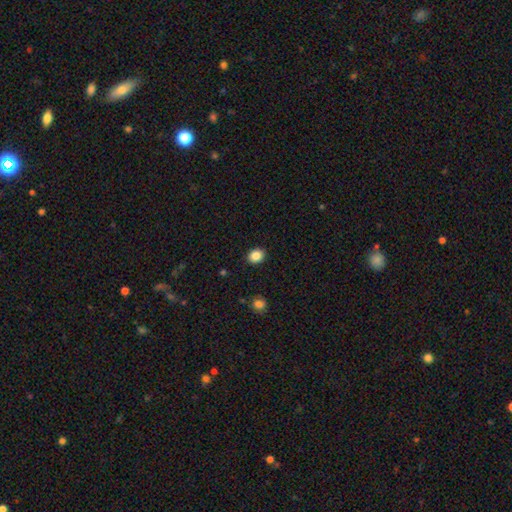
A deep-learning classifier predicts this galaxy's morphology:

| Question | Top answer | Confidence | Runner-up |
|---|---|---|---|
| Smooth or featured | smooth | 86% | star or artifact (10%) |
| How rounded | round | 57% | in between (42%) |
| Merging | none | 90% | minor disturbance (7%) |